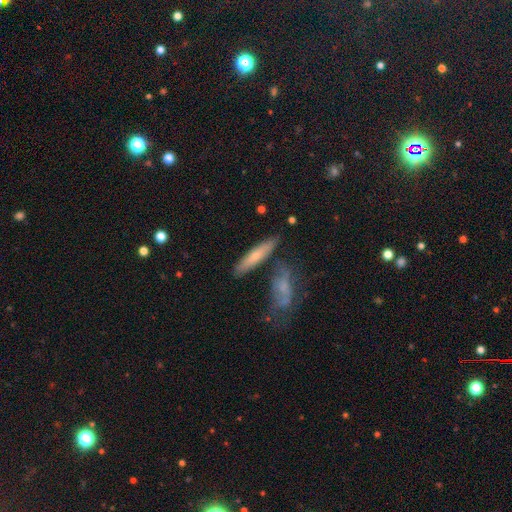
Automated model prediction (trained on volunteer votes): Smooth or featured: smooth — 61% (featured or disk — 33%)
How rounded: cigar-shaped — 79% (in between — 19%)
Merging: none — 75% (minor disturbance — 13%)